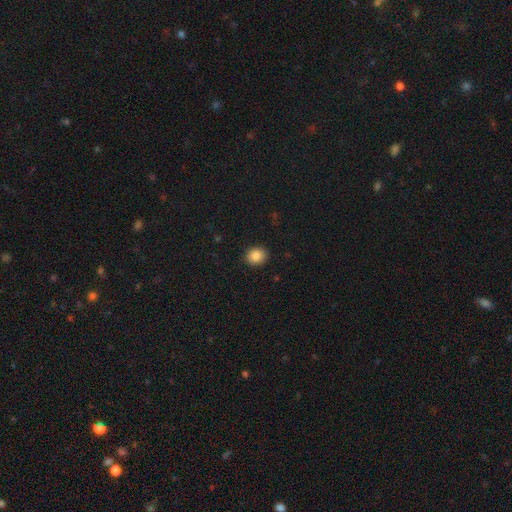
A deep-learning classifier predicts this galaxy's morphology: A smooth galaxy with no disk features (87%) that is round (62%).

Vote fractions:
- Smooth or featured? smooth: 87% / star or artifact: 9% / featured or disk: 4%
- How rounded? round: 62% / in between: 37% / cigar-shaped: 1%
- Merging? none: 90% / minor disturbance: 7% / major disturbance: 2% / merger: 1%